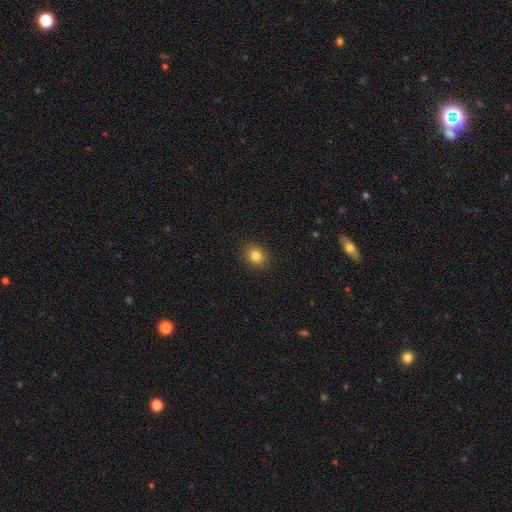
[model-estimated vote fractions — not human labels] Smooth or featured? Predicted: smooth (p=0.83). How rounded? Predicted: round (p=0.61). Merging? Predicted: none (p=0.90).